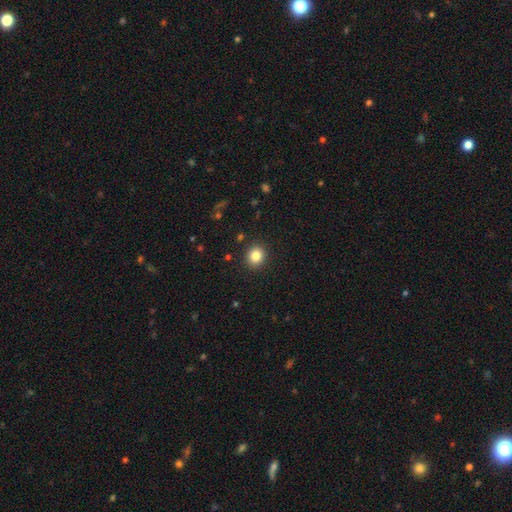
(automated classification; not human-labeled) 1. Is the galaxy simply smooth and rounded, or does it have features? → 85% smooth, 10% star or artifact, 5% featured or disk.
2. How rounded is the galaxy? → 78% round, 21% in between, 1% cigar-shaped.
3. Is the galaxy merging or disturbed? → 91% none, 6% minor disturbance, 2% major disturbance, 1% merger.